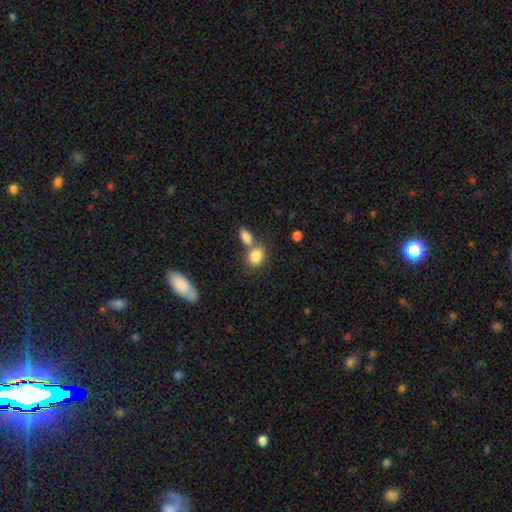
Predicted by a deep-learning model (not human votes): This is clearly a smooth galaxy (84%). How rounded: possibly in between (59%). Merging: marginally none (45%).